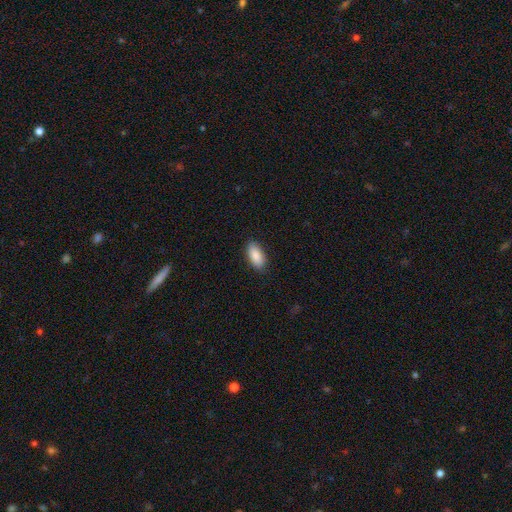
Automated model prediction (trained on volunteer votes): Smooth or featured? Predicted: smooth (p=0.90). How rounded? Predicted: in between (p=0.92). Merging? Predicted: none (p=0.88).